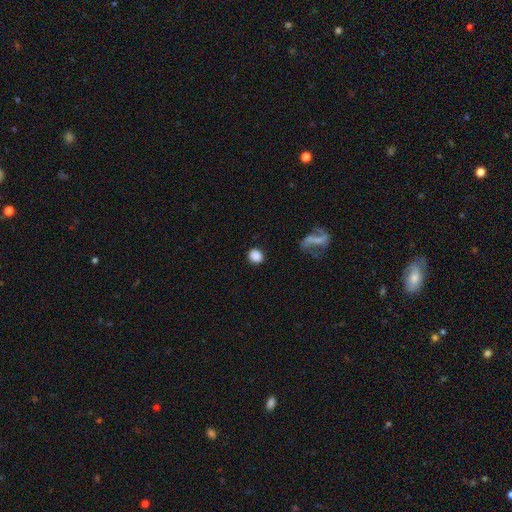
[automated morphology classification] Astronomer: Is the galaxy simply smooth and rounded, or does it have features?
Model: smooth — 84%.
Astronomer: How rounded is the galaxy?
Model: round — 79%.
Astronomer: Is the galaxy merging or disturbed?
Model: none — 84%.